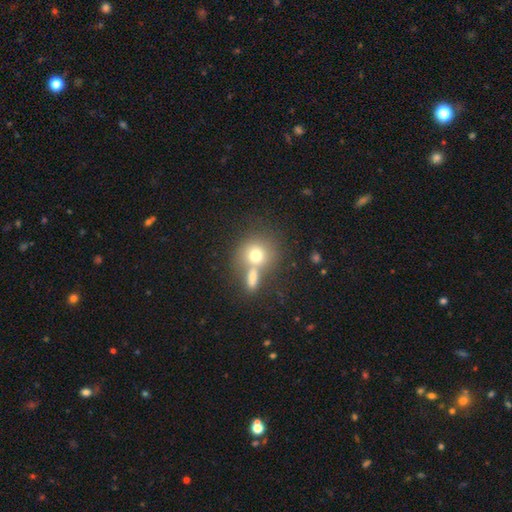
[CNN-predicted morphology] smooth-or-featured: smooth: 73% | featured or disk: 17% | star or artifact: 11%
  how-rounded: round: 80% | in between: 18% | cigar-shaped: 1%
  merging: merger: 44% | none: 42% | minor disturbance: 9% | major disturbance: 5%